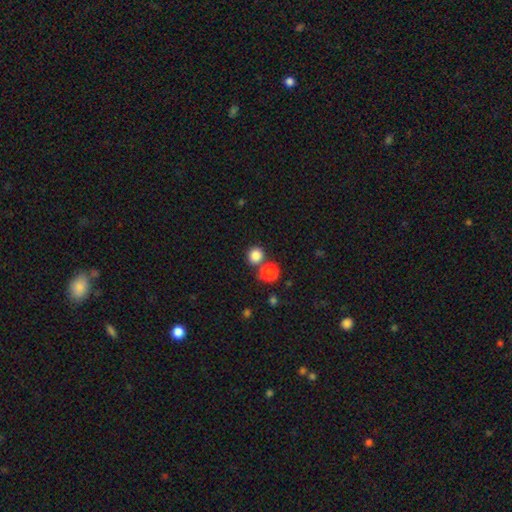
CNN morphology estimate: A smooth galaxy with no disk features (83%) that is round (87%).

Vote fractions:
- Smooth or featured? smooth: 83% / star or artifact: 12% / featured or disk: 4%
- How rounded? round: 87% / in between: 12% / cigar-shaped: 1%
- Merging? none: 73% / merger: 16% / minor disturbance: 8% / major disturbance: 3%